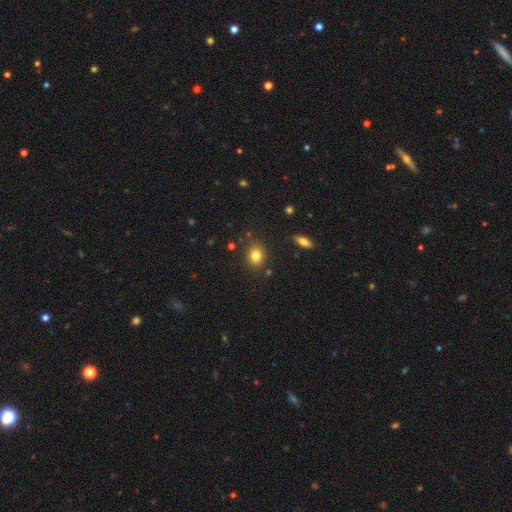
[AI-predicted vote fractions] Smooth or featured? Predicted: smooth (p=0.81). How rounded? Predicted: round (p=0.54). Merging? Predicted: none (p=0.84).